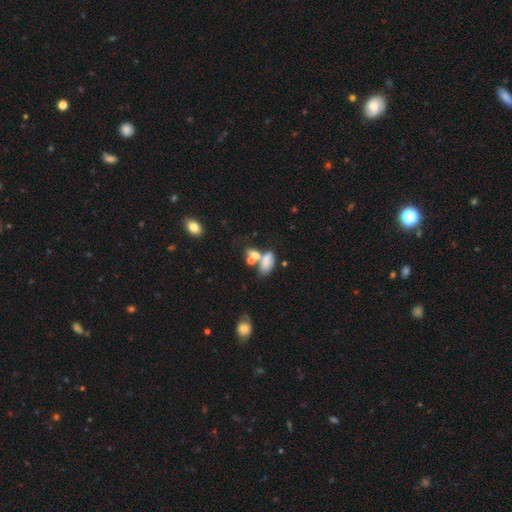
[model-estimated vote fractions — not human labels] Smooth or featured: smooth — 70% (featured or disk — 18%)
How rounded: in between — 81% (round — 12%)
Merging: merger — 51% (none — 29%)